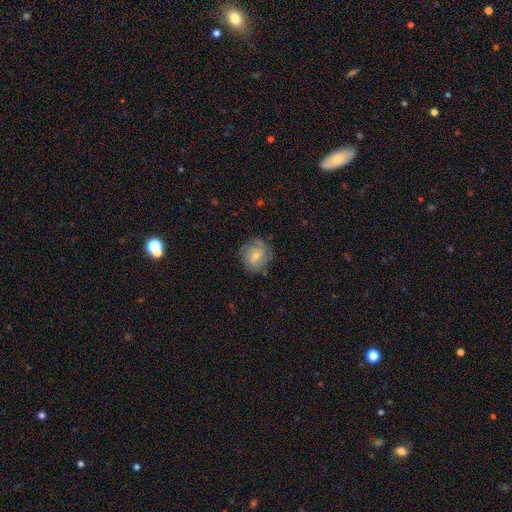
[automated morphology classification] This appears to be a smooth galaxy with no disk features (48%). Merging: none (74%).